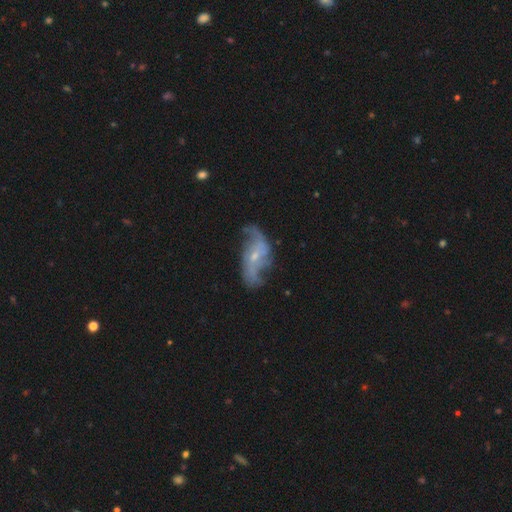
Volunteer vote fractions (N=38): smooth_or_featured: featured or disk (p=0.87) [alt: smooth p=0.08]
disk_edge_on: no (p=1.00)
bar: no (p=0.61) [alt: weak p=0.36]
has_spiral_arms: yes (p=0.82) [alt: no p=0.18]
spiral_winding: loose (p=0.89) [alt: medium p=0.07]
spiral_arm_count: 2 (p=0.74) [alt: 3 p=0.15]
bulge_size: small (p=0.64) [alt: moderate p=0.33]
merging: none (p=0.39) [alt: minor disturbance p=0.33]